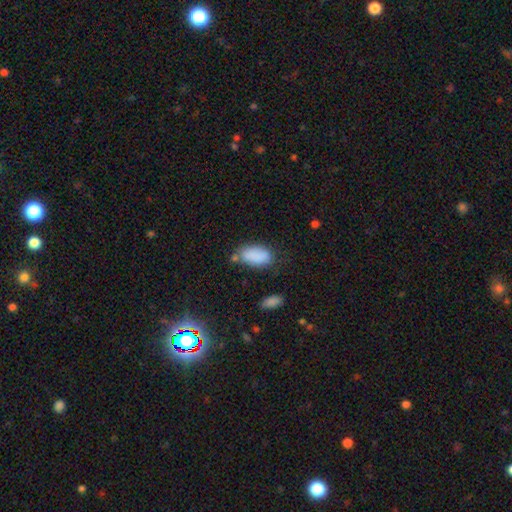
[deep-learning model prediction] This is clearly a smooth galaxy (87%). How rounded: clearly in between (93%). Merging: likely none (60%).